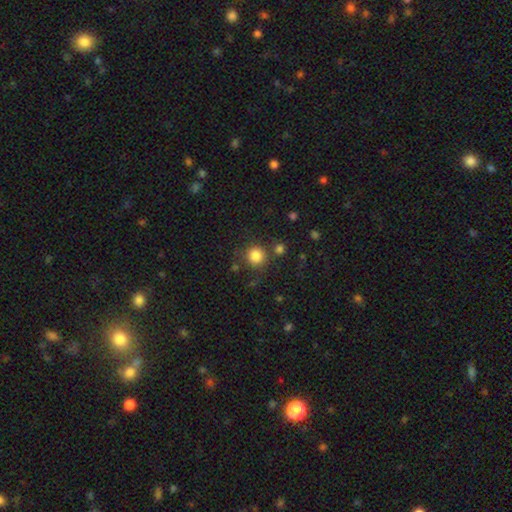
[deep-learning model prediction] smooth_or_featured: smooth (p=0.84) [alt: star or artifact p=0.11]
how_rounded: round (p=0.92) [alt: in between p=0.07]
merging: none (p=0.79) [alt: minor disturbance p=0.09]